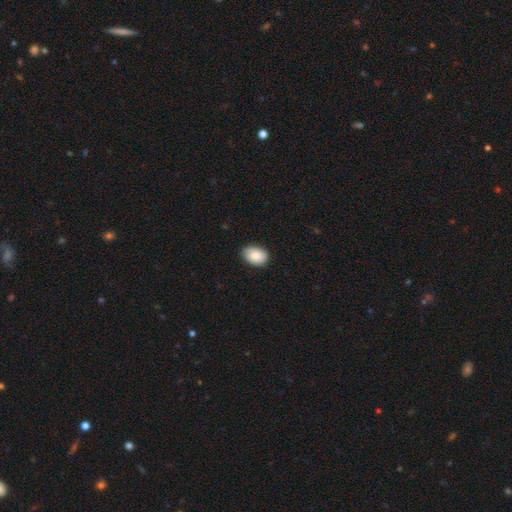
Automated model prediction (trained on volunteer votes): Smooth or featured? smooth (84%)
How rounded? in between (84%)
Merging? none (82%)